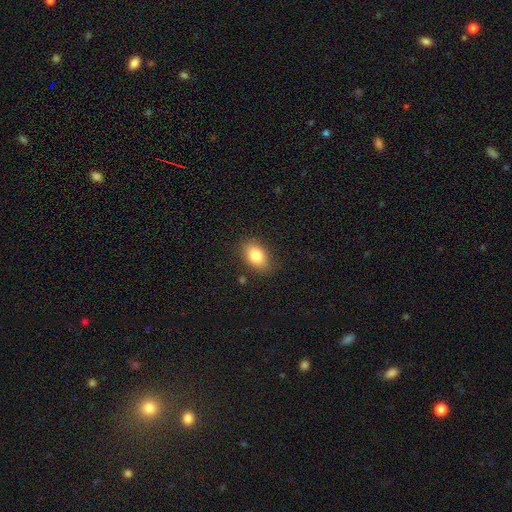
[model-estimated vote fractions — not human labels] A smooth galaxy with no disk features (82%) that is in between round and cigar-shaped (86%). Merging: none (84%).